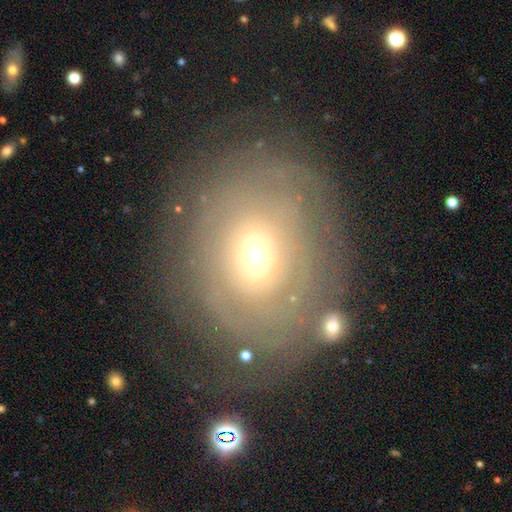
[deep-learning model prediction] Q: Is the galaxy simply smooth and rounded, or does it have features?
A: featured or disk — 55%.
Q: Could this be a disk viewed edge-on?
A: no — 95%.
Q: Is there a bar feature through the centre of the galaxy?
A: no — 82%.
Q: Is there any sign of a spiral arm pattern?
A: yes — 54%.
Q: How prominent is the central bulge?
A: small — 46%.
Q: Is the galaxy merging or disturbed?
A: none — 61%.